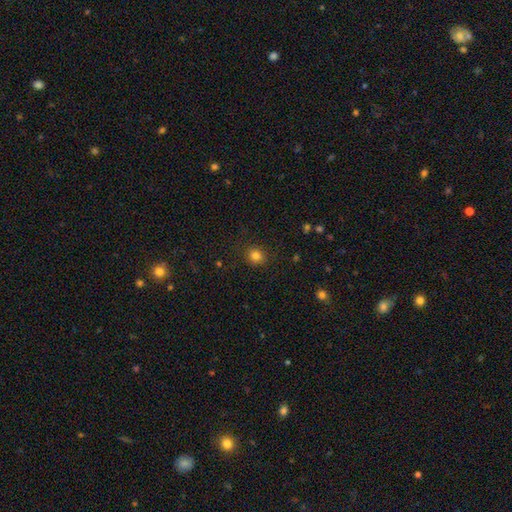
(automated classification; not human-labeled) Smooth or featured?
  - smooth: 82% *
  - star or artifact: 12%
  - featured or disk: 5%
How rounded?
  - round: 83% *
  - in between: 16%
  - cigar-shaped: 1%
Merging?
  - none: 88% *
  - minor disturbance: 9%
  - major disturbance: 3%
  - merger: 1%